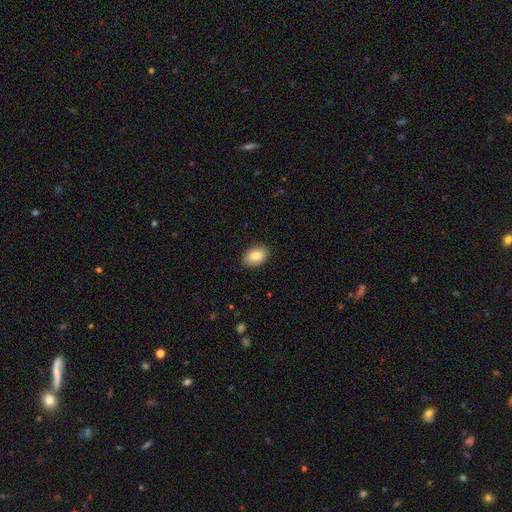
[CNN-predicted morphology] smooth-or-featured: smooth: 83% | featured or disk: 10% | star or artifact: 7%
  how-rounded: in between: 89% | round: 10% | cigar-shaped: 1%
  merging: none: 89% | minor disturbance: 9% | major disturbance: 2% | merger: 1%